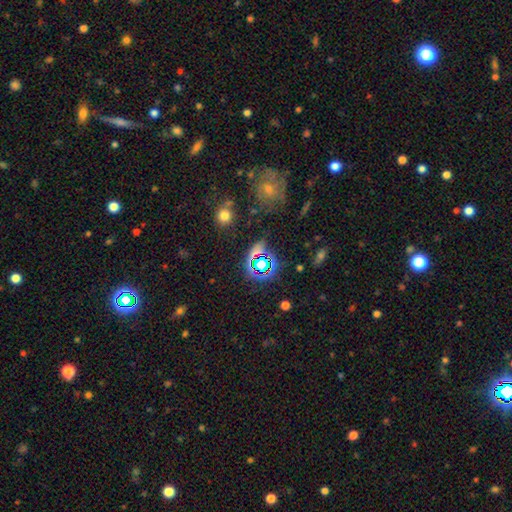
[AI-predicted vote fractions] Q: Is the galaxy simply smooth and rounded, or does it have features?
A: star or artifact — 61%.